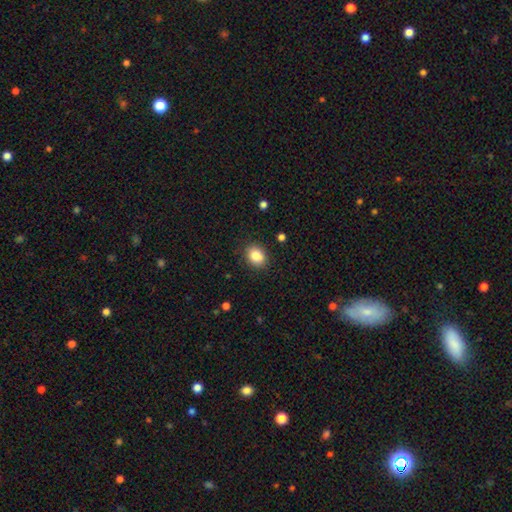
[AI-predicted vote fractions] smooth_or_featured: smooth (p=0.85) [alt: star or artifact p=0.09]
how_rounded: in between (p=0.51) [alt: round p=0.48]
merging: none (p=0.88) [alt: minor disturbance p=0.09]